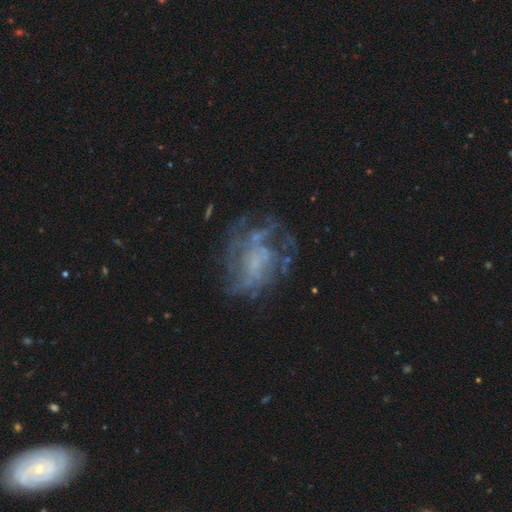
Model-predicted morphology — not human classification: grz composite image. It shows a featured or disk galaxy (68%) with no bar (76%), spiral arms (54%) and no central bulge (54%). Merging: none (56%).